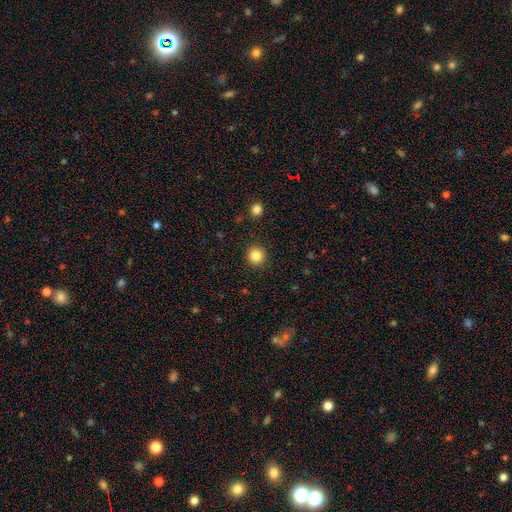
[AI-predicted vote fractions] smooth_or_featured: smooth (p=0.84) [alt: star or artifact p=0.11]
how_rounded: round (p=0.93) [alt: in between p=0.06]
merging: none (p=0.92) [alt: minor disturbance p=0.05]